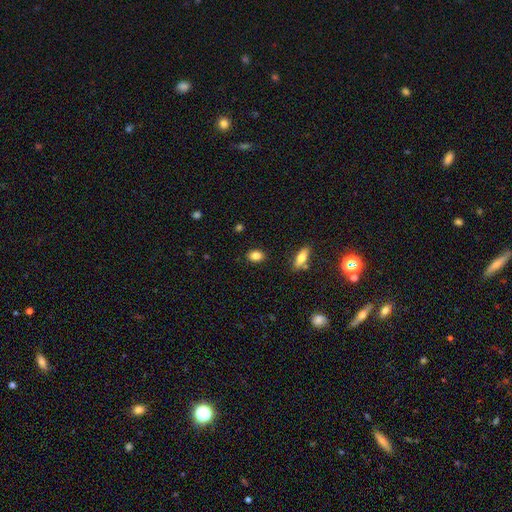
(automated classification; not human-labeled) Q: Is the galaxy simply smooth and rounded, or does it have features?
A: smooth — 86%.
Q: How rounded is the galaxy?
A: in between — 73%.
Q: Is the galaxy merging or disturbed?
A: none — 88%.